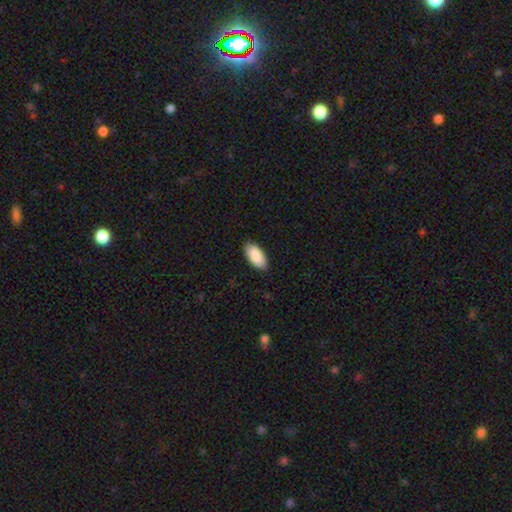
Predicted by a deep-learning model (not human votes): Q: Smooth or featured?
A: smooth (90%); runner-up: star or artifact (5%)
Q: How rounded?
A: in between (94%); runner-up: cigar-shaped (5%)
Q: Merging?
A: none (87%); runner-up: minor disturbance (10%)